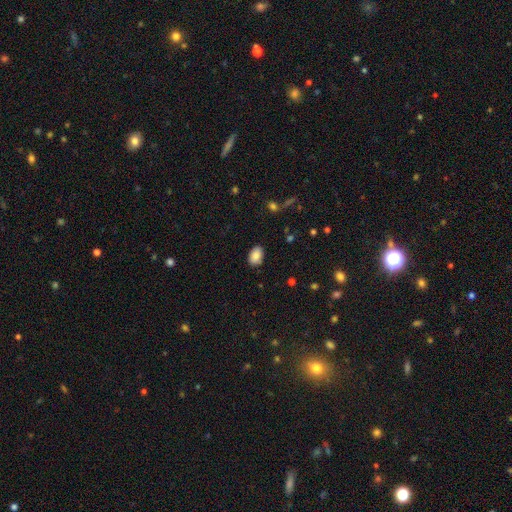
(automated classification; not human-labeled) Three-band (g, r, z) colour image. It shows a smooth galaxy with no disk features (86%) that is in between round and cigar-shaped (89%). Merging: none (86%).